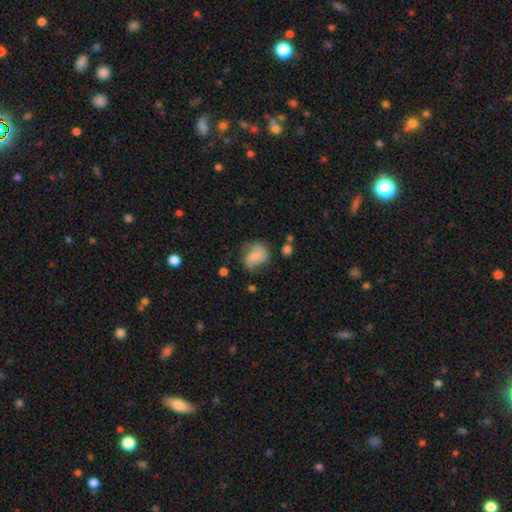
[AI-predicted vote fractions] Overall: smooth (59%; featured or disk 33%). How rounded: in between (51%; round 48%). Merging: none (51%; minor disturbance 31%).